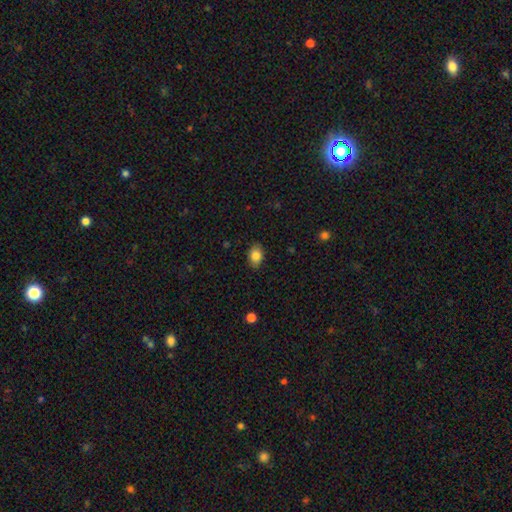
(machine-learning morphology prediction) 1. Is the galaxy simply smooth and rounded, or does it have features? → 85% smooth, 8% star or artifact, 7% featured or disk.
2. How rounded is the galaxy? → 78% in between, 21% round, 1% cigar-shaped.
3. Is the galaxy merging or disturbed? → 87% none, 10% minor disturbance, 2% major disturbance, 1% merger.